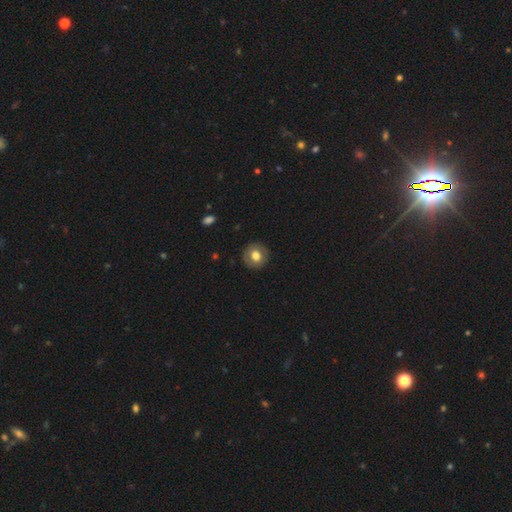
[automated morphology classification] A smooth galaxy with no disk features (72%) that is round (89%).

Vote fractions:
- Smooth or featured? smooth: 72% / featured or disk: 20% / star or artifact: 8%
- How rounded? round: 89% / in between: 10% / cigar-shaped: 1%
- Merging? none: 90% / minor disturbance: 7% / major disturbance: 2% / merger: 1%